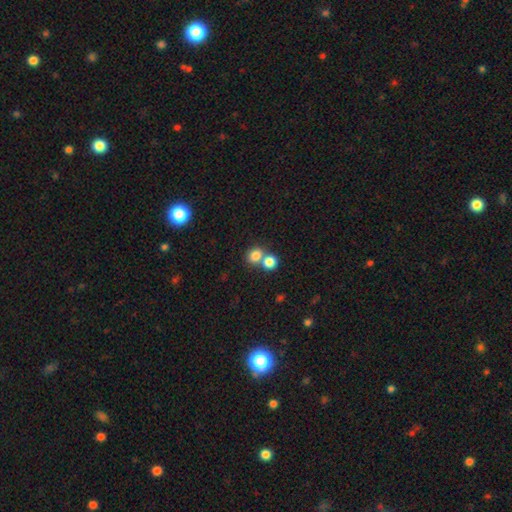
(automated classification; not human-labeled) Morphology: type=smooth (81%); roundness=round (71%); merging=none (48%).